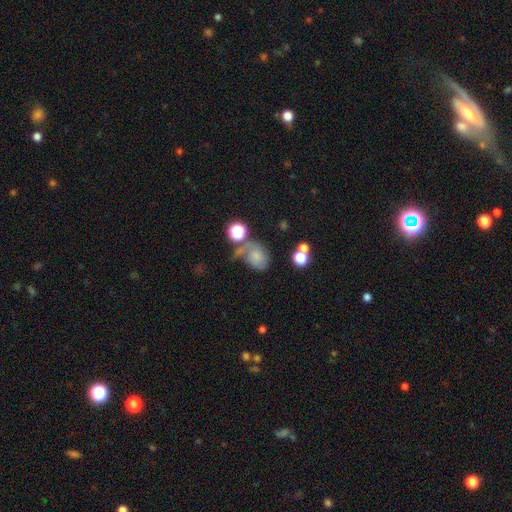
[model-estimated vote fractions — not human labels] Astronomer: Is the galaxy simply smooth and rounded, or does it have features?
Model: smooth — 54% (runner-up: featured or disk, 33%).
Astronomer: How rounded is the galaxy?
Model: in between — 54% (runner-up: round, 45%).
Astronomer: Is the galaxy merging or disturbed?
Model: none — 31% (runner-up: major disturbance, 29%).